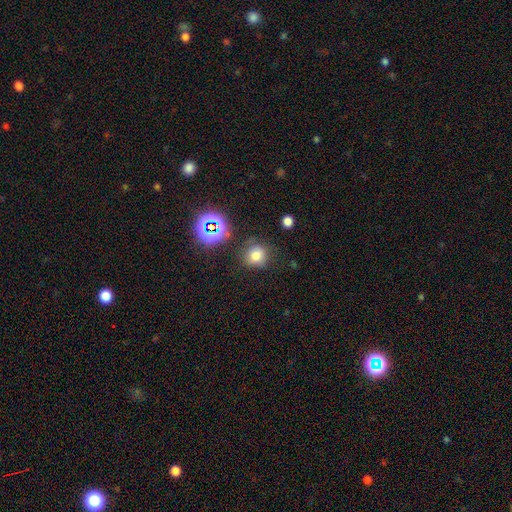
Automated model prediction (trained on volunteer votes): Smooth or featured? Predicted: smooth (p=0.72). How rounded? Predicted: round (p=0.86). Merging? Predicted: none (p=0.77).